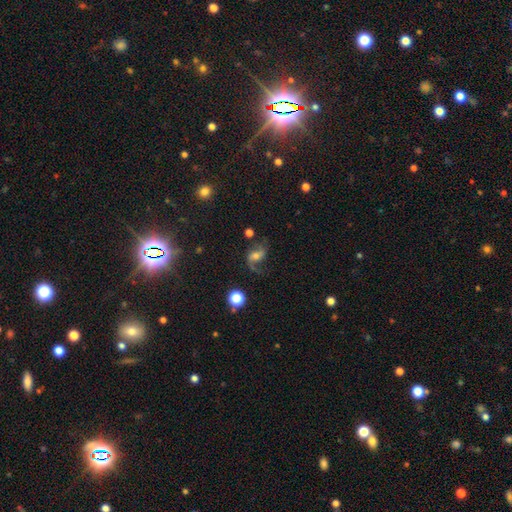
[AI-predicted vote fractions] smooth-or-featured: featured or disk: 73% | smooth: 15% | star or artifact: 12%
  disk-edge-on: no: 97% | yes: 3%
    bar: weak: 43% | no: 39% | strong: 19%
    has-spiral-arms: yes: 94% | no: 6%
      spiral-winding: loose: 66% | medium: 28% | tight: 6%
      spiral-arm-count: 2: 83% | 1: 10% | can't tell: 3% | 3: 1% | 4: 1% | more than 4: 1%
    bulge-size: moderate: 51% | small: 33% | large: 8% | none: 5% | dominant: 2%
  merging: none: 61% | major disturbance: 18% | minor disturbance: 17% | merger: 4%